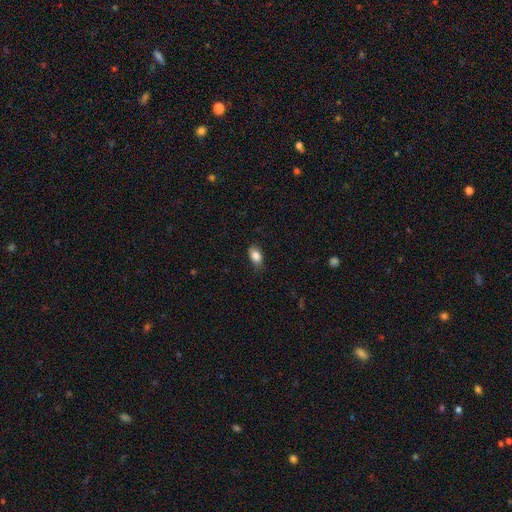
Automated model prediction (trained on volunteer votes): This is clearly a smooth galaxy (86%). How rounded: clearly in between (88%). Merging: likely none (77%).